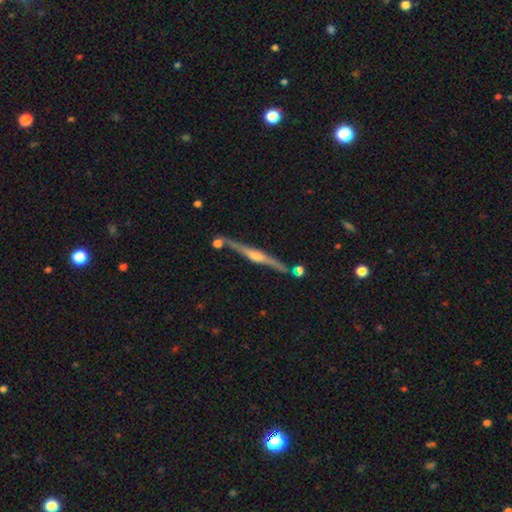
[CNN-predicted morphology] Smooth or featured?
  - featured or disk: 86% *
  - smooth: 8%
  - star or artifact: 6%
Edge-on disk?
  - yes: 98% *
  - no: 2%
Edge-on bulge?
  - rounded: 85% *
  - boxy: 8%
  - none: 7%
Merging?
  - none: 86% *
  - minor disturbance: 8%
  - merger: 4%
  - major disturbance: 2%